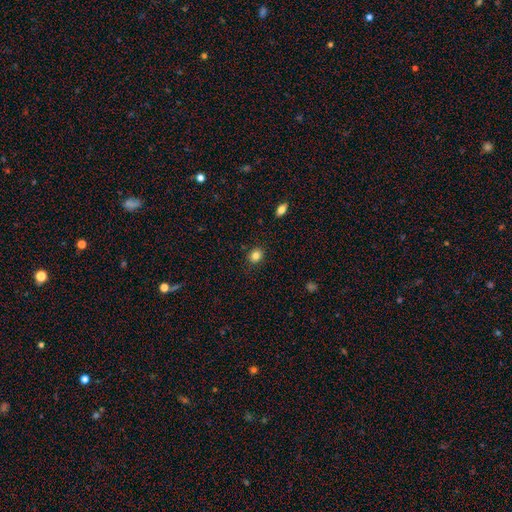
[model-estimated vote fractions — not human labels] Smooth or featured? Predicted: smooth (p=0.83). How rounded? Predicted: round (p=0.70). Merging? Predicted: none (p=0.88).